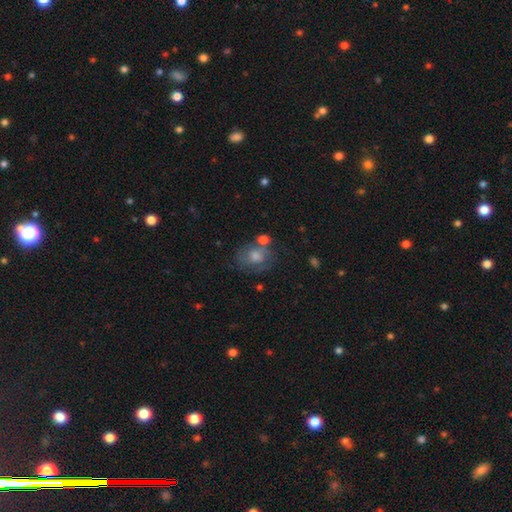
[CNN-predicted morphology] Smooth or featured? Predicted: smooth (p=0.52). How rounded? Predicted: round (p=0.55). Merging? Predicted: none (p=0.58).